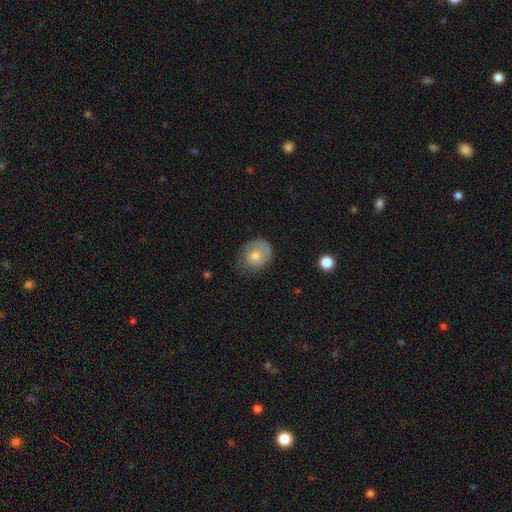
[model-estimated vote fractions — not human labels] The model was most divided on "smooth or featured": smooth: 57%, featured or disk: 34%, star or artifact: 8%. More confident: how rounded — round (66%); merging — none (62%).